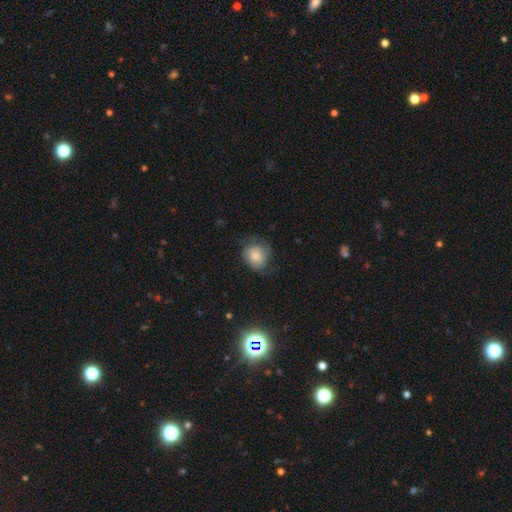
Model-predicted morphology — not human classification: smooth 73%, featured or disk 19%, star or artifact 8%. Down the decision tree: how rounded — round (70%); merging — none (56%).